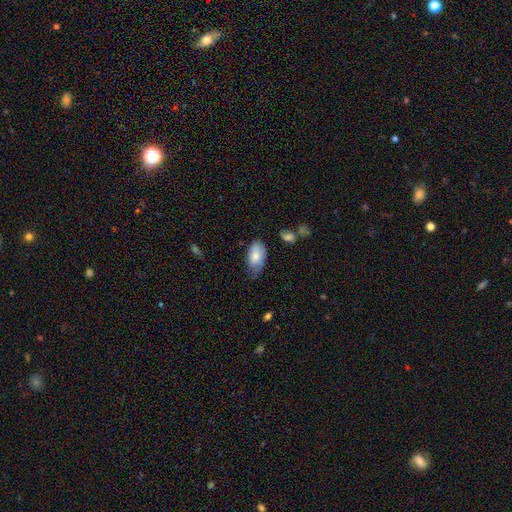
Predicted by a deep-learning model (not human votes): This appears to be a smooth galaxy with no disk features (76%) that is in between round and cigar-shaped (94%). Merging: none (48%).